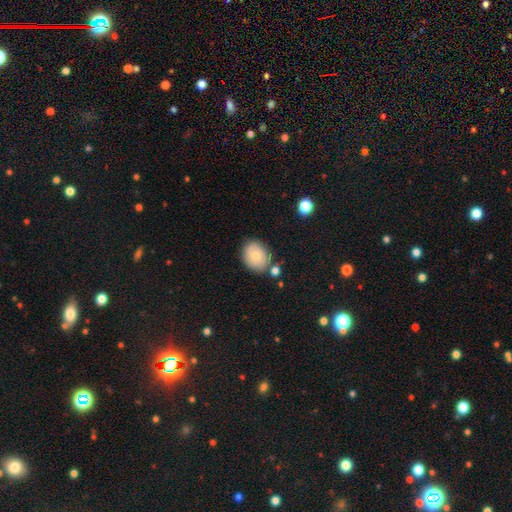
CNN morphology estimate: This is likely a smooth galaxy (74%). How rounded: possibly in between (53%). Merging: likely none (73%).